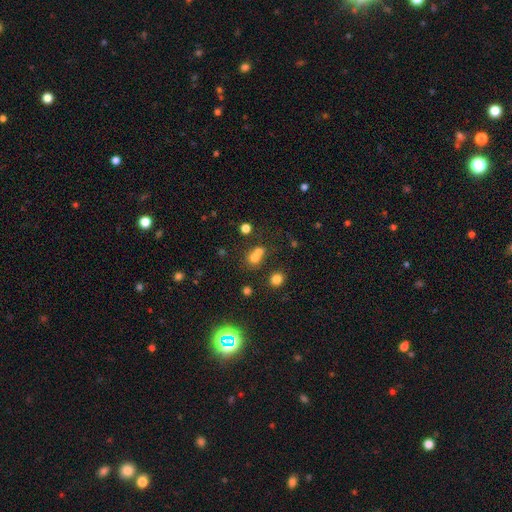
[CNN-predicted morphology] This appears to be a smooth galaxy with no disk features (68%) that is round (80%). Merging: merger (49%).